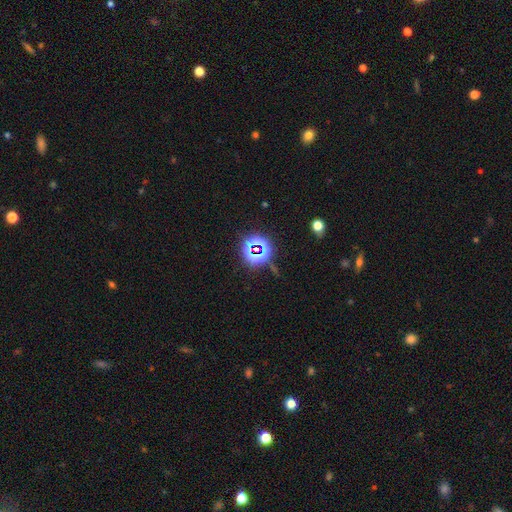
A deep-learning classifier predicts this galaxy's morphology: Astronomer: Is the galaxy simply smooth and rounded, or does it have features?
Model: star or artifact — 73%.